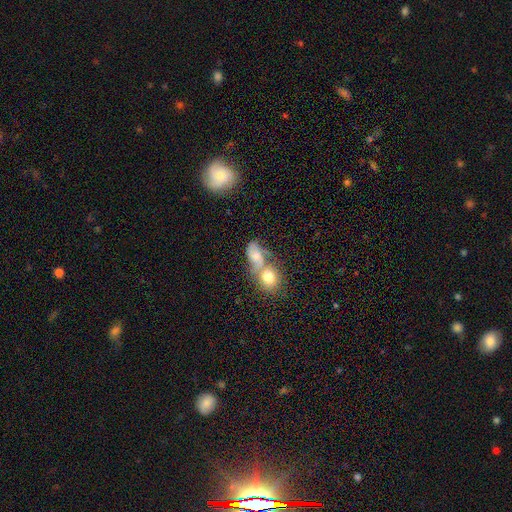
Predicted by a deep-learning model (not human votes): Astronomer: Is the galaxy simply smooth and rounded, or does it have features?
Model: smooth — 55% (runner-up: featured or disk, 33%).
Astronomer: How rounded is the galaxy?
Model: in between — 70%.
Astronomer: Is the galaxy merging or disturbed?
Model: merger — 57%.